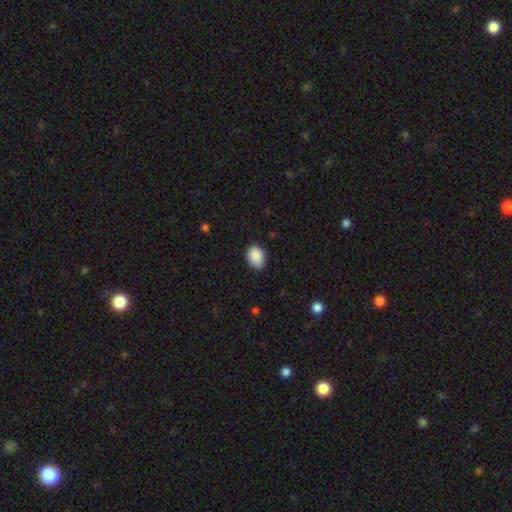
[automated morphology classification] type=smooth (90%); roundness=in between (76%); merging=none (80%).